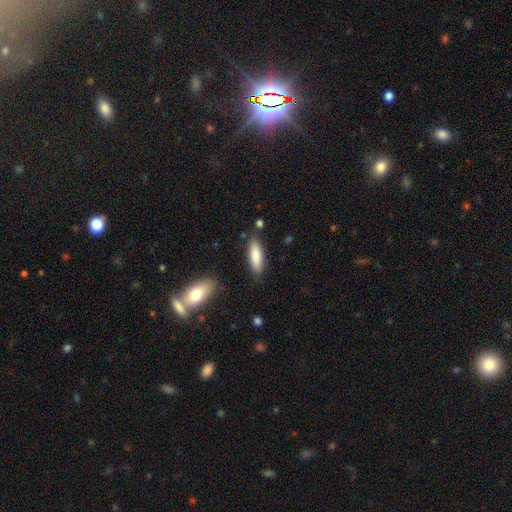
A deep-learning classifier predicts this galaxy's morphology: This is clearly a smooth galaxy (83%). How rounded: possibly cigar-shaped (51%). Merging: clearly none (83%).